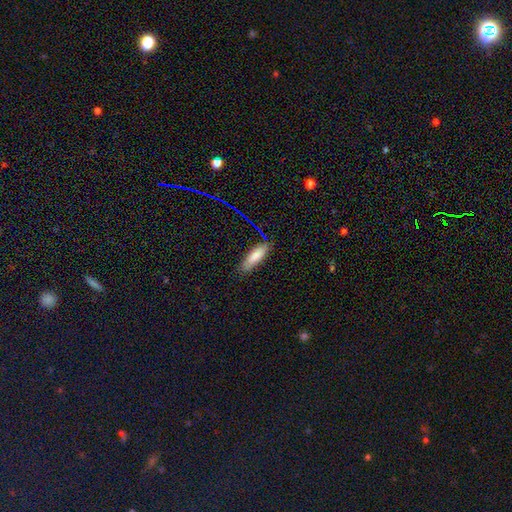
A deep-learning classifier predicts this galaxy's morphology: Smooth or featured? smooth (81%)
How rounded? cigar-shaped (56%)
Merging? none (78%)